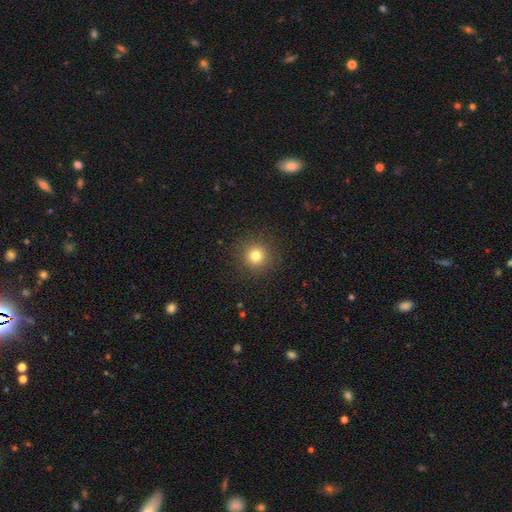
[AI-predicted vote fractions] Overall: smooth (79%). How rounded: round (95%). Merging: none (91%).